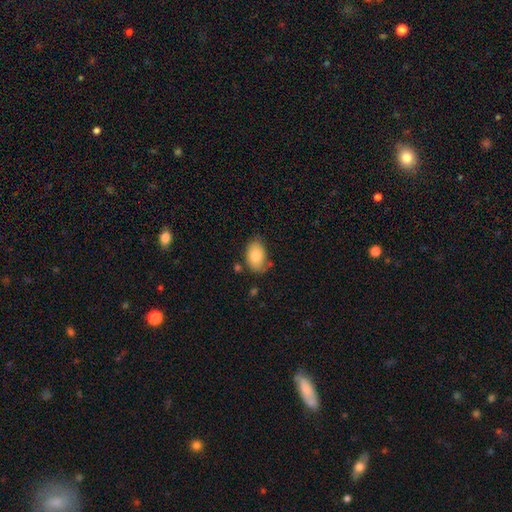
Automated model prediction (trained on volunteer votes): Smooth or featured? Predicted: smooth (p=0.81). How rounded? Predicted: in between (p=0.89). Merging? Predicted: none (p=0.72).